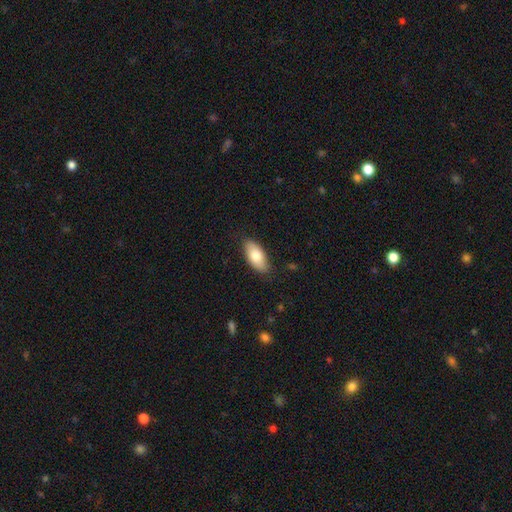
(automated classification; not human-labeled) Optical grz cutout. It shows a smooth galaxy with no disk features (78%) that is in between round and cigar-shaped (90%). Merging: none (84%).